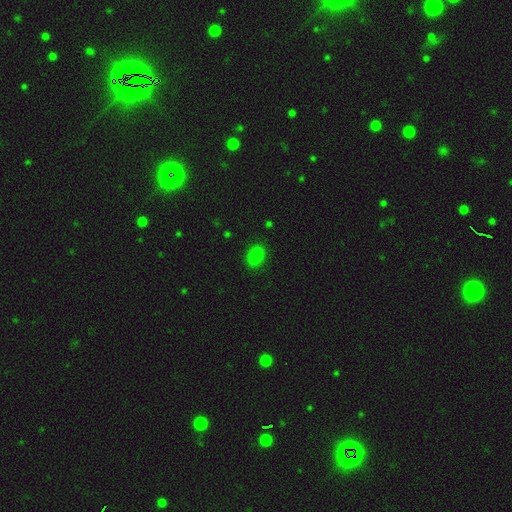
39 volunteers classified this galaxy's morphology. A smooth galaxy with no disk features (79%) that is in between round and cigar-shaped (84%).

Vote fractions:
- Smooth or featured? smooth: 79% / featured or disk: 10% / star or artifact: 10%
- How rounded? in between: 84% / round: 16% / cigar-shaped: 0%
- Merging? none: 91% / minor disturbance: 9% / major disturbance: 0% / merger: 0%